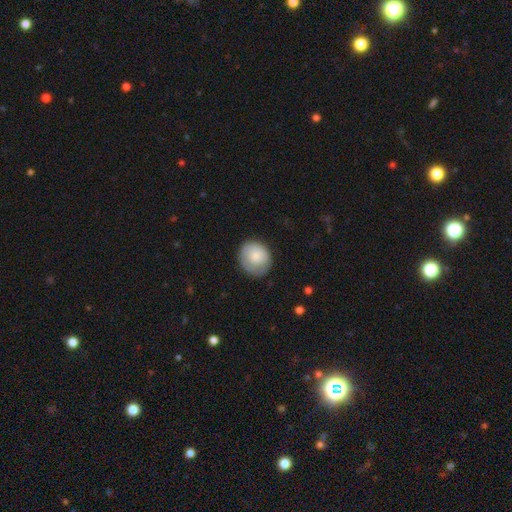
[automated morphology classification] This is clearly a smooth galaxy (80%). How rounded: likely round (77%). Merging: likely none (72%).